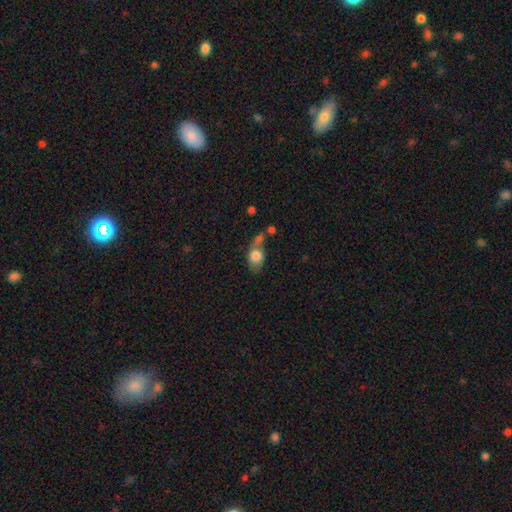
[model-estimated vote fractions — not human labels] A smooth galaxy with no disk features (75%) that is in between round and cigar-shaped (62%). Merging: merger (36%).